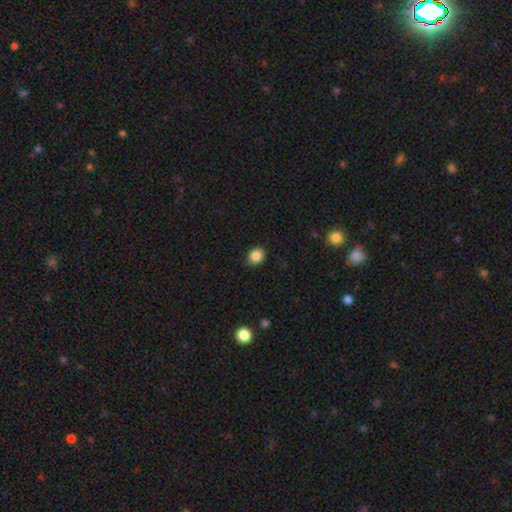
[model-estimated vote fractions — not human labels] Smooth or featured: smooth — 86% (star or artifact — 10%)
How rounded: round — 57% (in between — 42%)
Merging: none — 88% (minor disturbance — 9%)